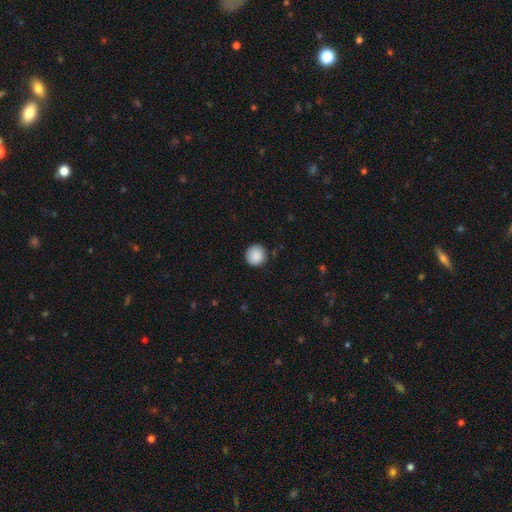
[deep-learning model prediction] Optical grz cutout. It shows a smooth galaxy with no disk features (89%) that is round (94%). Merging: none (88%).